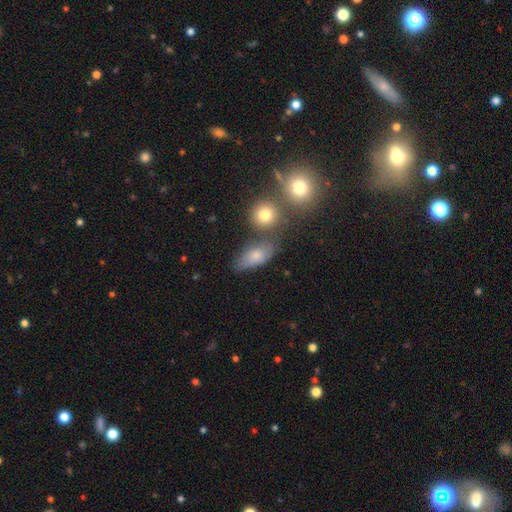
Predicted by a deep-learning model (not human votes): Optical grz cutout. It shows a smooth galaxy with no disk features (74%) that is in between round and cigar-shaped (75%). Merging: none (58%).